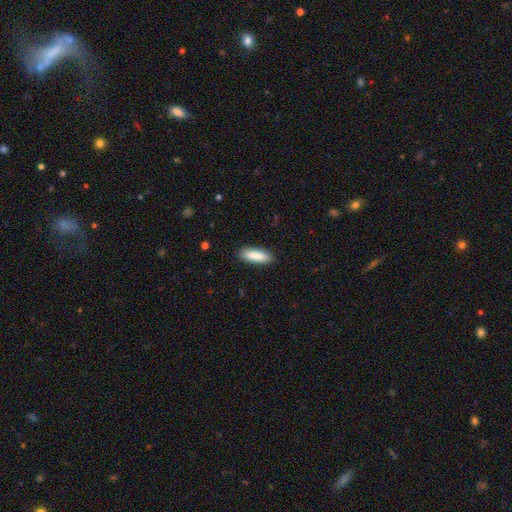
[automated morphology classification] The model was most divided on "how rounded": in between: 51%, cigar-shaped: 47%, round: 2%. More confident: merging — none (89%); smooth or featured — smooth (89%).